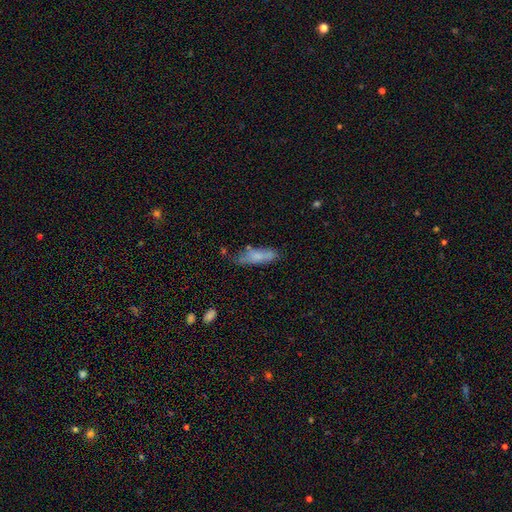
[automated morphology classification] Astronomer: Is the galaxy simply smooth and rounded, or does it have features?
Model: smooth — 65%.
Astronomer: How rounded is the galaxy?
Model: cigar-shaped — 58% (runner-up: in between, 40%).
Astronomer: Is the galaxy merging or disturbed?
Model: none — 61%.